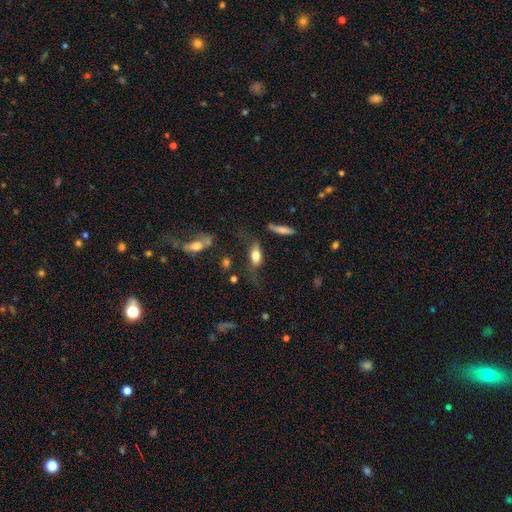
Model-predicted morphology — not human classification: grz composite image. It shows a smooth galaxy with no disk features (60%) that is in between round and cigar-shaped (72%). Merging: none (53%).